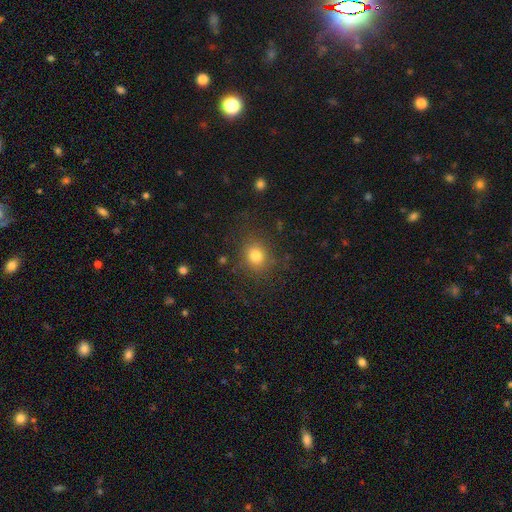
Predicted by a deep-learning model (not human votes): Smooth or featured? smooth (80%)
How rounded? round (80%)
Merging? none (80%)